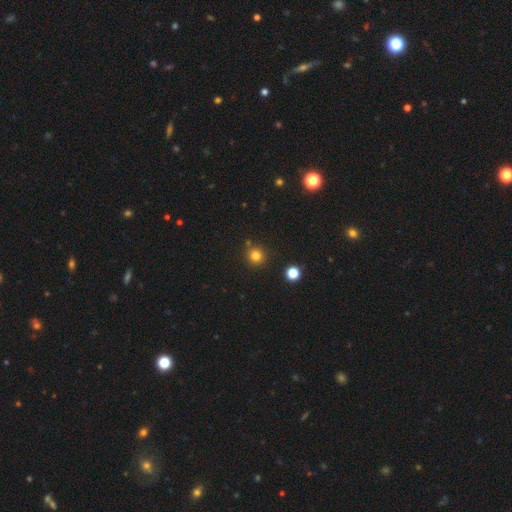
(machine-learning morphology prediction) Smooth or featured? smooth (80%)
How rounded? round (94%)
Merging? none (86%)